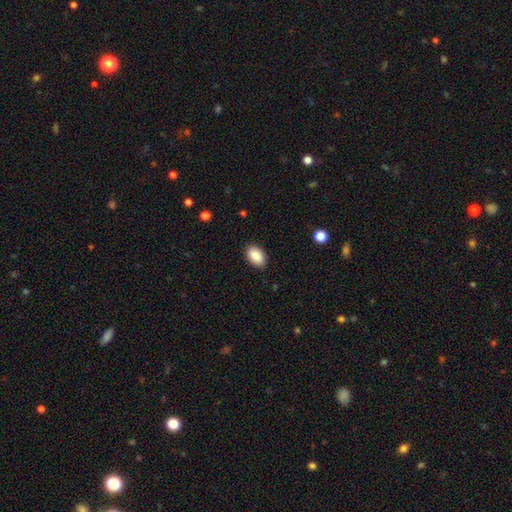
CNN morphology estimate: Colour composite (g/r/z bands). It shows a smooth galaxy with no disk features (88%) that is in between round and cigar-shaped (92%). Merging: none (89%).